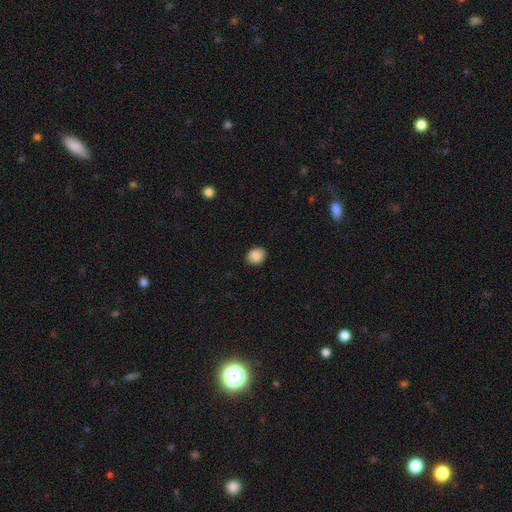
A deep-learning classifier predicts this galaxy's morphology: smooth 89%, star or artifact 8%, featured or disk 3%. Down the decision tree: how rounded — round (51%); merging — none (88%).